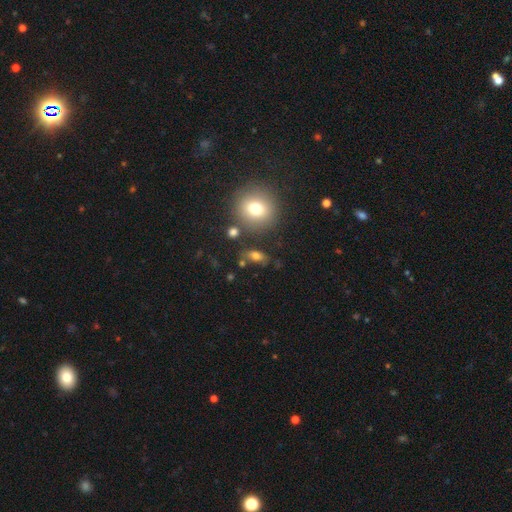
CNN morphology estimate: smooth-or-featured: smooth: 72% | star or artifact: 14% | featured or disk: 13%
  how-rounded: in between: 76% | round: 16% | cigar-shaped: 8%
  merging: none: 70% | minor disturbance: 15% | merger: 8% | major disturbance: 6%